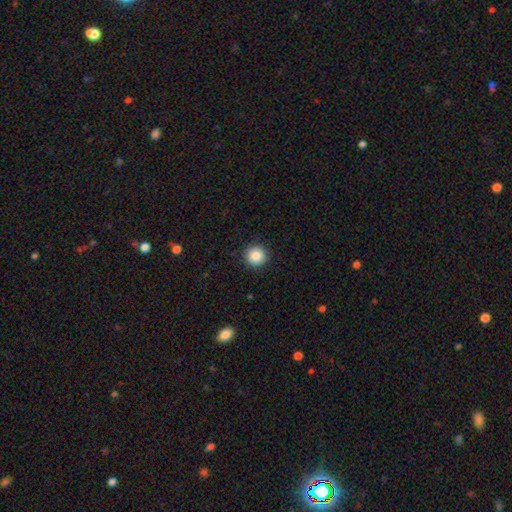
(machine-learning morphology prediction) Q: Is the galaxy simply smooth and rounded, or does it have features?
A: smooth — 86%.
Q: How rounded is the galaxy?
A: round — 96%.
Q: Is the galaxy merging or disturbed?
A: none — 93%.